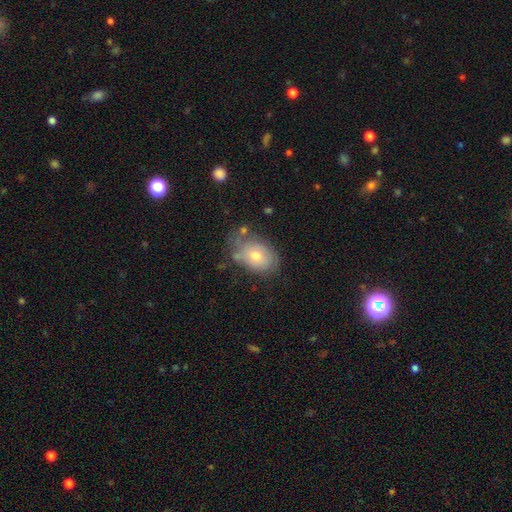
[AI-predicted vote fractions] smooth-or-featured: smooth: 59% | featured or disk: 31% | star or artifact: 9%
  how-rounded: in between: 76% | round: 23% | cigar-shaped: 1%
  merging: none: 51% | minor disturbance: 30% | major disturbance: 13% | merger: 7%